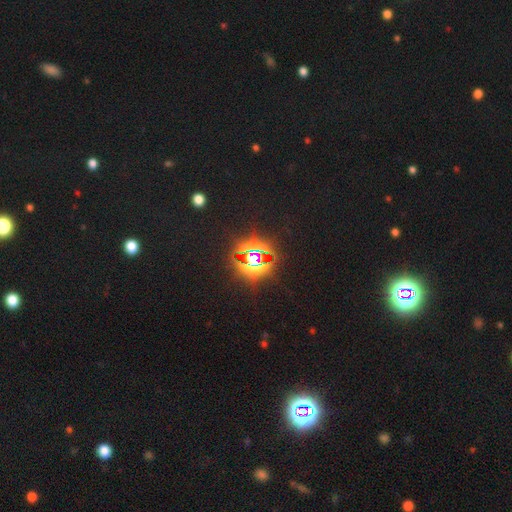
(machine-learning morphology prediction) Smooth or featured? star or artifact (78%)